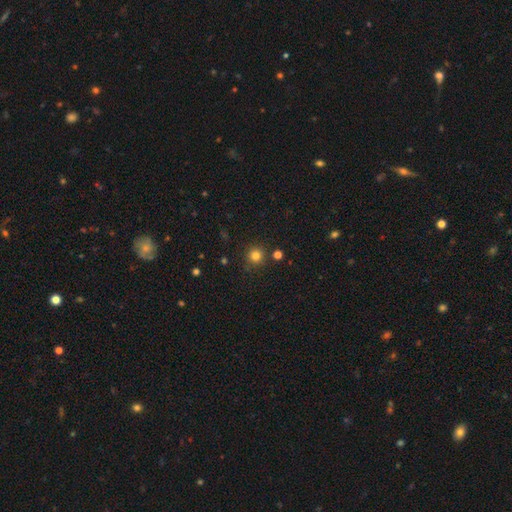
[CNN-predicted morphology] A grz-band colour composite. It shows a smooth galaxy with no disk features (81%) that is round (94%). Merging: none (86%).